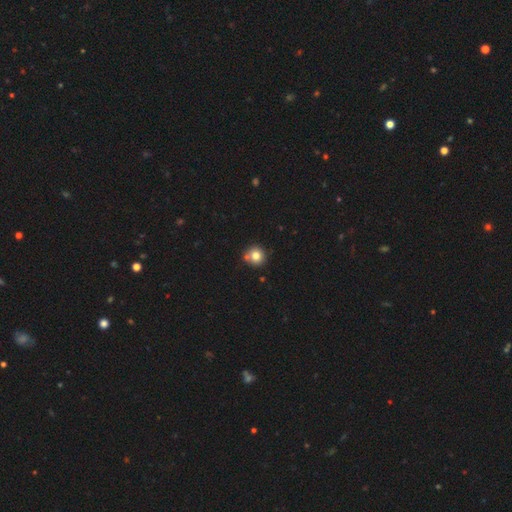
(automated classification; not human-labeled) smooth-or-featured: smooth: 79% | star or artifact: 11% | featured or disk: 10%
  how-rounded: round: 91% | in between: 8% | cigar-shaped: 1%
  merging: none: 70% | merger: 16% | minor disturbance: 11% | major disturbance: 3%